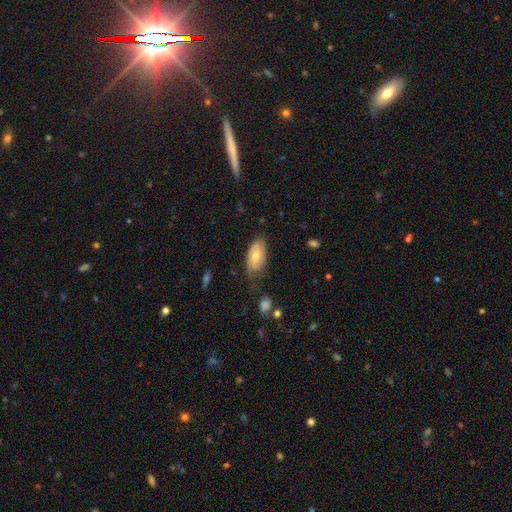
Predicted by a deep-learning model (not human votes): Overall: smooth (48%; featured or disk 46%). Merging: none (61%; minor disturbance 28%).